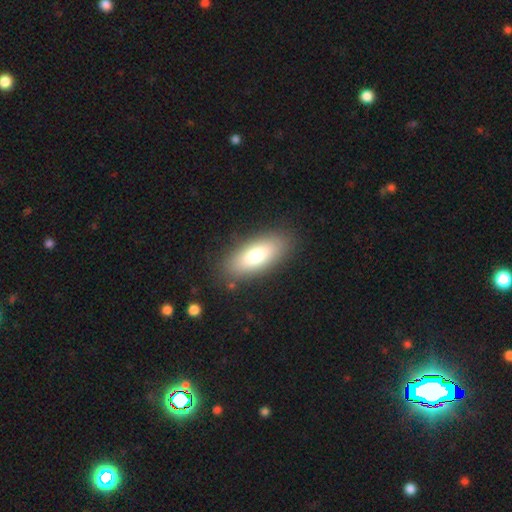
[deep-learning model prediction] Smooth or featured?
  - smooth: 79% *
  - featured or disk: 14%
  - star or artifact: 7%
How rounded?
  - in between: 78% *
  - cigar-shaped: 20%
  - round: 2%
Merging?
  - none: 86% *
  - minor disturbance: 10%
  - major disturbance: 3%
  - merger: 2%